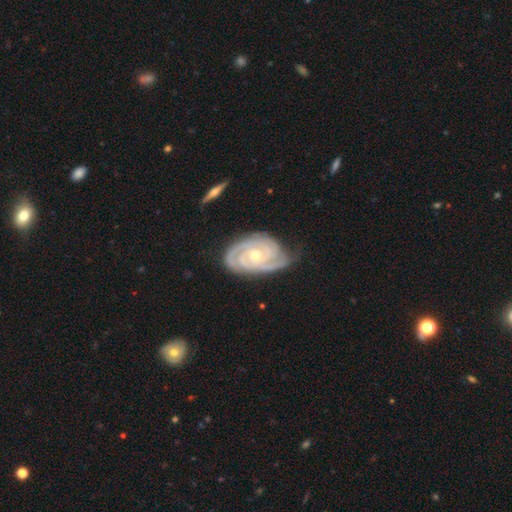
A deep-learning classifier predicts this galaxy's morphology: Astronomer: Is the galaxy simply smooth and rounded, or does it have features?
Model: featured or disk — 92%.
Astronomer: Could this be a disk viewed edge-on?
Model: no — 97%.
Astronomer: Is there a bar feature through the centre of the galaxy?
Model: no — 71%.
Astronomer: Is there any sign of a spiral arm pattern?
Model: yes — 99%.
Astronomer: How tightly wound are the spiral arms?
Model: tight — 81%.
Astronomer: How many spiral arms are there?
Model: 3 — 43% (runner-up: 2, 29%).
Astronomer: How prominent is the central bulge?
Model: small — 49% (runner-up: moderate, 48%).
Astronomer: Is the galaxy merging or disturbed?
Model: none — 71%.